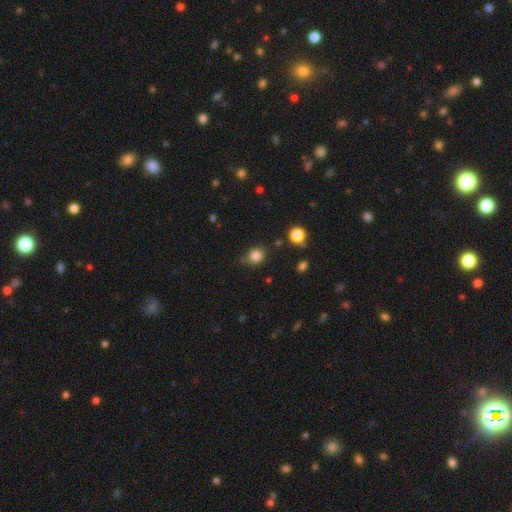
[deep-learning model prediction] A smooth galaxy with no disk features (83%) that is round (77%). Merging: none (73%).